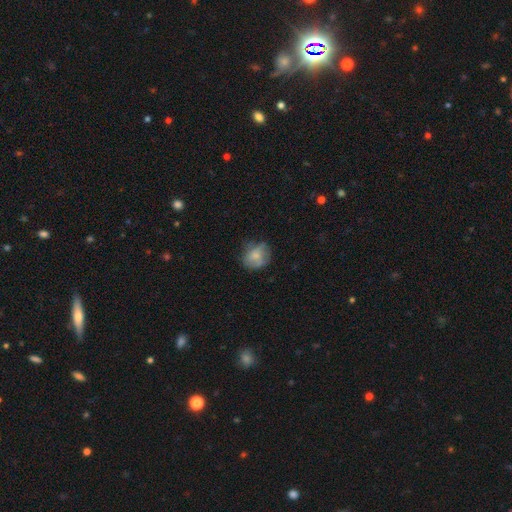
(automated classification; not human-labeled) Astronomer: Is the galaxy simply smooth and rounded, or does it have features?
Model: smooth — 67%.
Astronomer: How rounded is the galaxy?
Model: round — 66%.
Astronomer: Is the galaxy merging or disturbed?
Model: none — 58%.